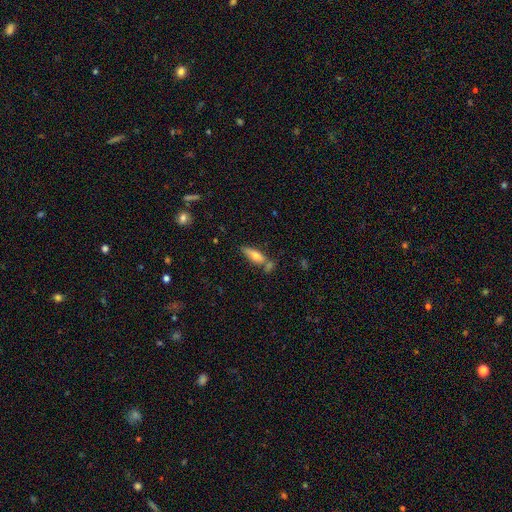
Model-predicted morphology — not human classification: smooth_or_featured: smooth (p=0.64) [alt: featured or disk p=0.28]
how_rounded: cigar-shaped (p=0.50) [alt: in between p=0.48]
merging: none (p=0.54) [alt: merger p=0.23]